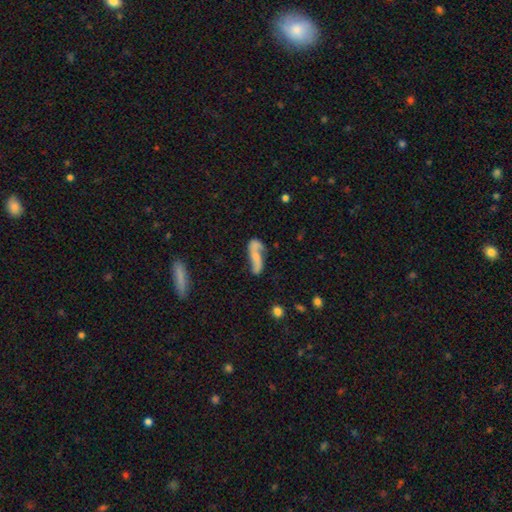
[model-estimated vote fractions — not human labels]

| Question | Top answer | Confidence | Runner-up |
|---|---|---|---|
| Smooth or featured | featured or disk | 60% | smooth (31%) |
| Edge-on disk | no | 89% | yes (11%) |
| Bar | no | 62% | weak (26%) |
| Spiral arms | yes | 80% | no (20%) |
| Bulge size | none | 39% | small (35%) |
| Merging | none | 45% | minor disturbance (22%) |